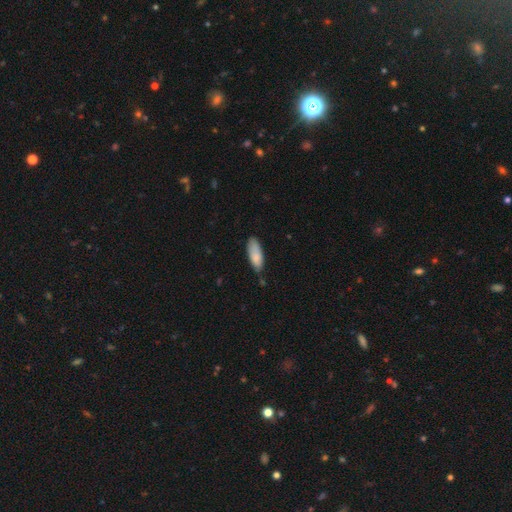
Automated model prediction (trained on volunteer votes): This is clearly a smooth galaxy (85%). How rounded: likely in between (73%). Merging: likely none (69%).